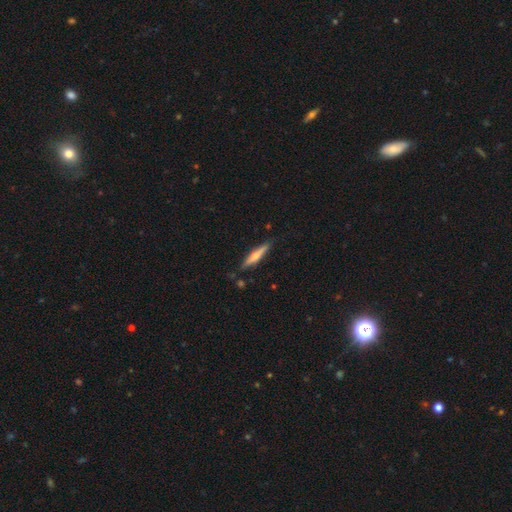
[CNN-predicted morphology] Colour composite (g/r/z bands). It shows a smooth galaxy with no disk features (54%) that is cigar-shaped (89%). Merging: none (82%).